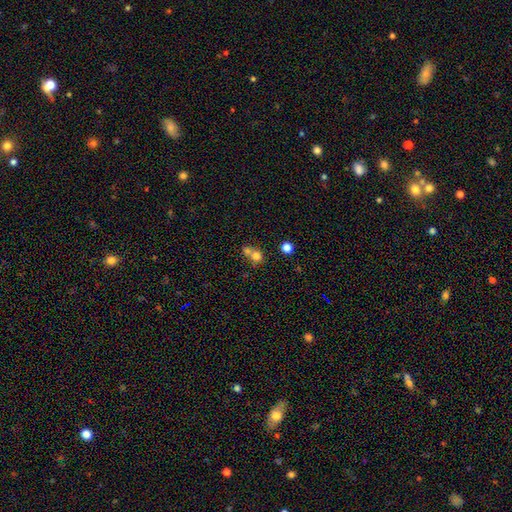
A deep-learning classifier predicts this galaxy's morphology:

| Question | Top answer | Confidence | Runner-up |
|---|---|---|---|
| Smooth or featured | smooth | 74% | star or artifact (14%) |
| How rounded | round | 83% | in between (16%) |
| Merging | merger | 54% | none (37%) |